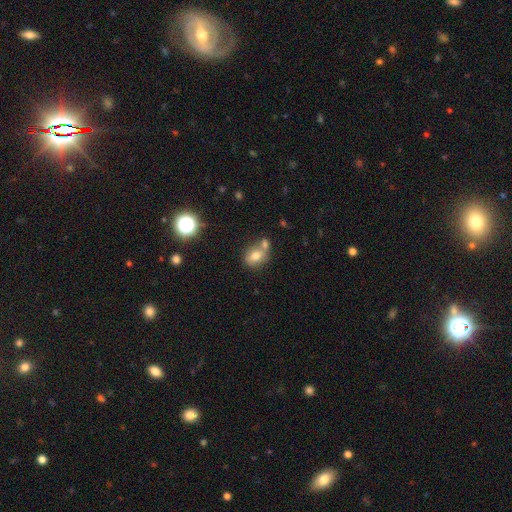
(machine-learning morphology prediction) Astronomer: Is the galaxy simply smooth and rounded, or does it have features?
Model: smooth — 71%.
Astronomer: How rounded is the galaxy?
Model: in between — 59% (runner-up: round, 40%).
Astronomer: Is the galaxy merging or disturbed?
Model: none — 46% (runner-up: merger, 38%).